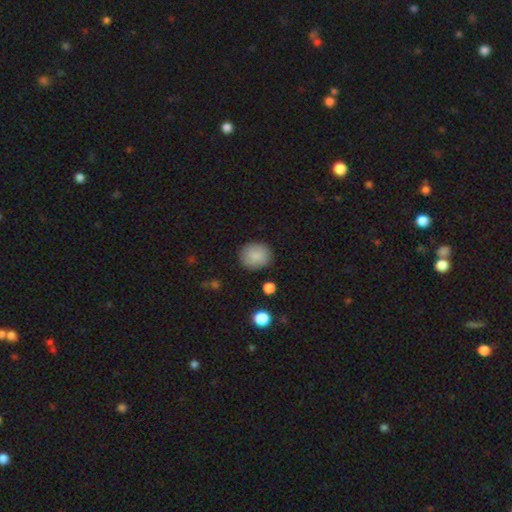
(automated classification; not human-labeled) Smooth or featured? smooth (88%)
How rounded? round (72%)
Merging? none (86%)